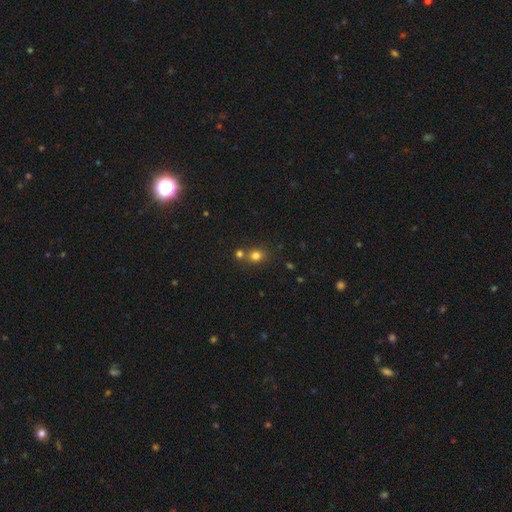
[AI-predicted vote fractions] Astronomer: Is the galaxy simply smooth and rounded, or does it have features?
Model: smooth — 78%.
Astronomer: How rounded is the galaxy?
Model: round — 75%.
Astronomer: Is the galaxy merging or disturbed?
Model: none — 62%.